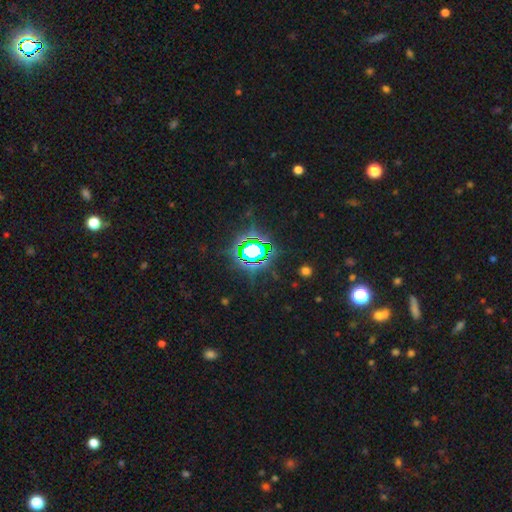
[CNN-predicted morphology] Smooth or featured? star or artifact (78%)